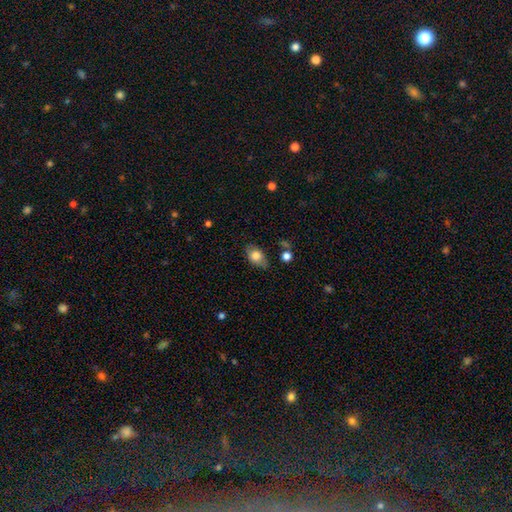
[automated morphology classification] Overall: smooth (77%). How rounded: in between (82%). Merging: none (72%).